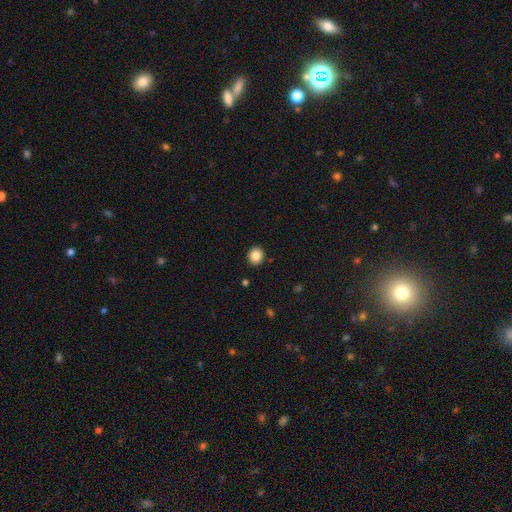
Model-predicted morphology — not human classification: A smooth galaxy with no disk features (86%) that is round (74%). Merging: none (91%).